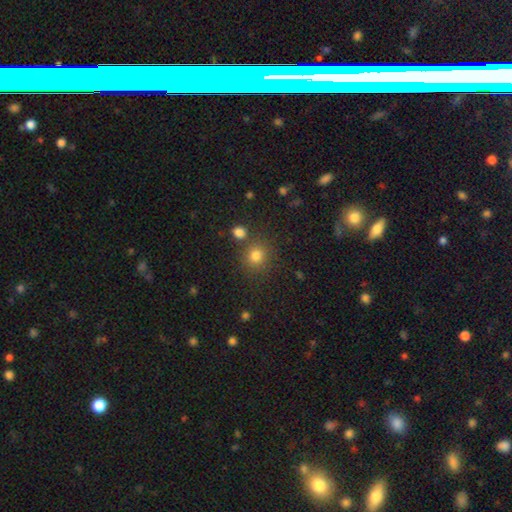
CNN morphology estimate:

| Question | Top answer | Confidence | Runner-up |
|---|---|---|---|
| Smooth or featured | smooth | 80% | star or artifact (14%) |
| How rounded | round | 87% | in between (12%) |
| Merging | none | 78% | merger (10%) |